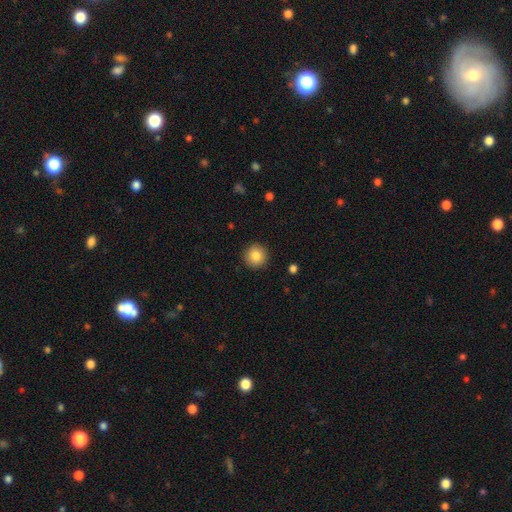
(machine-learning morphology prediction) A smooth galaxy with no disk features (86%) that is round (95%). Merging: none (92%).